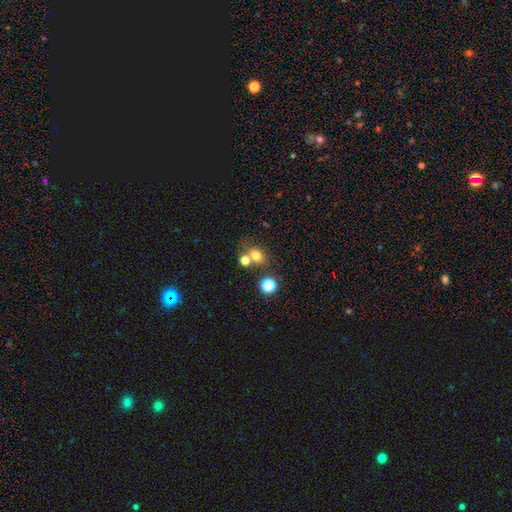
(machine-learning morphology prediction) Overall: smooth (73%). How rounded: round (53%; in between 46%). Merging: none (58%; merger 26%).